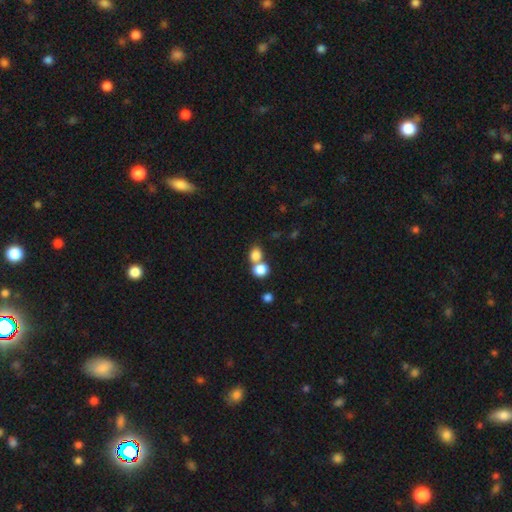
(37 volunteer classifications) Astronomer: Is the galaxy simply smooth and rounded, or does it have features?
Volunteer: smooth — 89%.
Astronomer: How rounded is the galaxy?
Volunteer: round — 61% (runner-up: in between, 39%).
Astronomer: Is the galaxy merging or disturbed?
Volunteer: merger — 51% (runner-up: none, 40%).